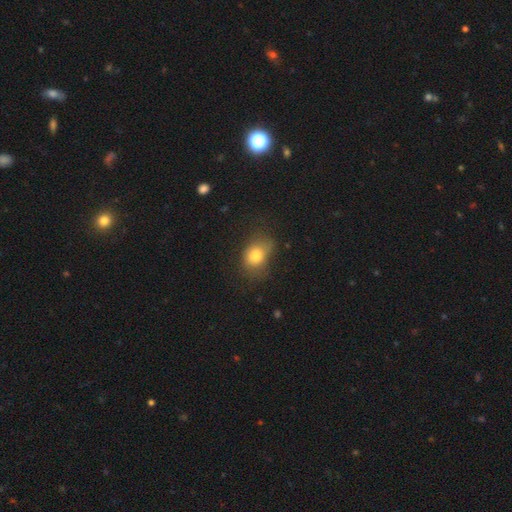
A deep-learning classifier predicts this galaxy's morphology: Q: Smooth or featured?
A: smooth (75%); runner-up: featured or disk (13%)
Q: How rounded?
A: in between (55%); runner-up: round (44%)
Q: Merging?
A: none (49%); runner-up: minor disturbance (31%)